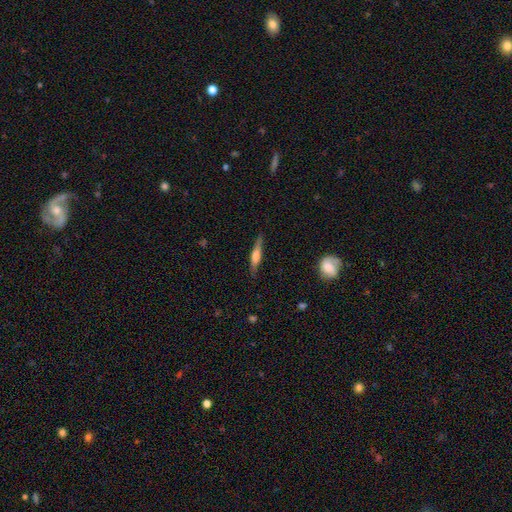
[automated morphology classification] Smooth or featured?
  - featured or disk: 48% *
  - smooth: 45%
  - star or artifact: 6%
Merging?
  - none: 85% *
  - minor disturbance: 11%
  - major disturbance: 3%
  - merger: 1%